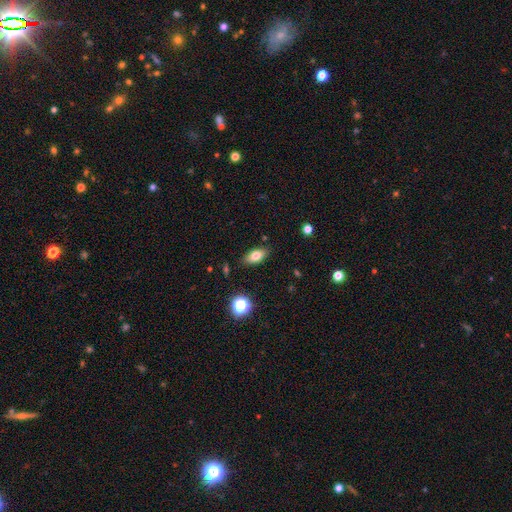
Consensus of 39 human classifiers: This is likely a smooth galaxy (72%). How rounded: clearly in between (89%). Merging: likely none (71%).